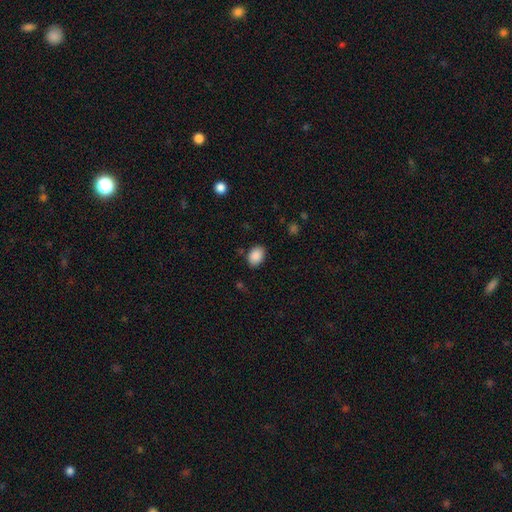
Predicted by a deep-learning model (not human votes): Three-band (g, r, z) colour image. It shows a smooth galaxy with no disk features (89%) that is in between round and cigar-shaped (75%). Merging: none (84%).